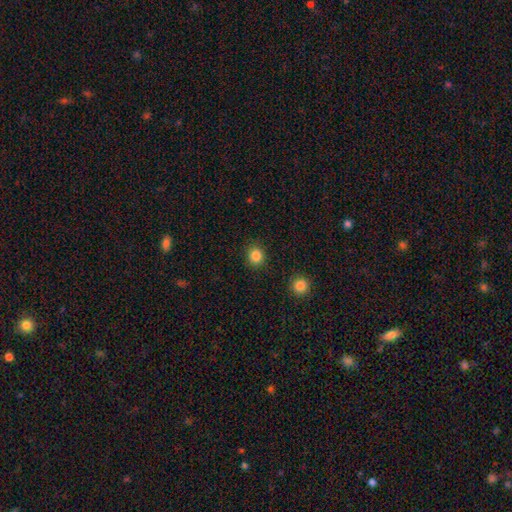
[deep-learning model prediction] Smooth or featured: smooth — 85% (star or artifact — 11%)
How rounded: round — 86% (in between — 13%)
Merging: none — 89% (minor disturbance — 7%)